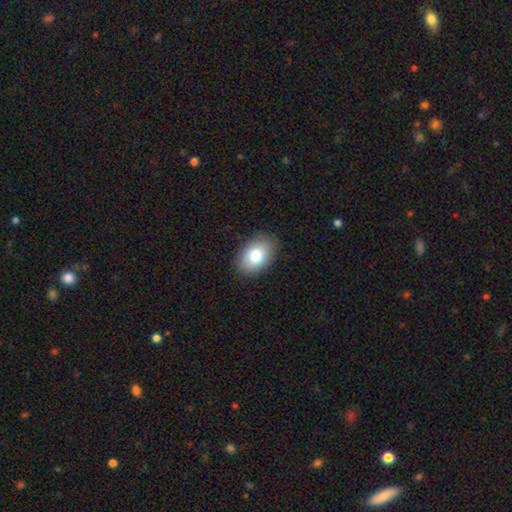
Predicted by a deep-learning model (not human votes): A smooth galaxy with no disk features (80%) that is in between round and cigar-shaped (85%).

Vote fractions:
- Smooth or featured? smooth: 80% / featured or disk: 12% / star or artifact: 8%
- How rounded? in between: 85% / round: 14% / cigar-shaped: 1%
- Merging? none: 87% / minor disturbance: 9% / major disturbance: 2% / merger: 1%